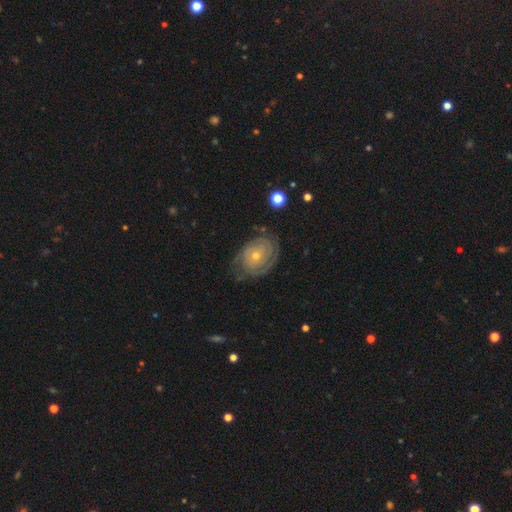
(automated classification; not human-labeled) Q: Smooth or featured?
A: featured or disk (79%); runner-up: smooth (14%)
Q: Edge-on disk?
A: no (96%); runner-up: yes (4%)
Q: Bar?
A: no (80%); runner-up: weak (16%)
Q: Spiral arms?
A: yes (90%); runner-up: no (10%)
Q: Spiral winding?
A: tight (74%); runner-up: medium (20%)
Q: Spiral arm count?
A: can't tell (39%); runner-up: 2 (33%)
Q: Bulge size?
A: small (64%); runner-up: moderate (32%)
Q: Merging?
A: none (70%); runner-up: minor disturbance (20%)